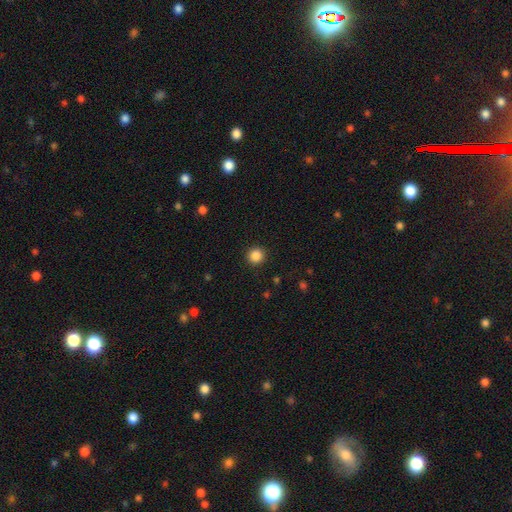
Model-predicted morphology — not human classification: This appears to be a smooth galaxy with no disk features (87%) that is round (94%). Merging: none (92%).